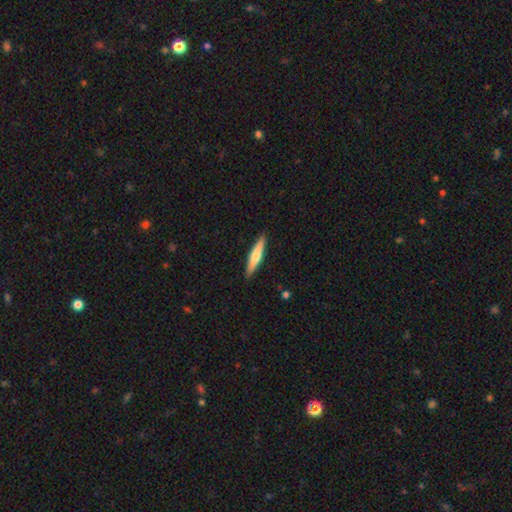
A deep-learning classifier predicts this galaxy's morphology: A smooth galaxy with no disk features (53%) that is cigar-shaped (89%). Merging: none (91%).